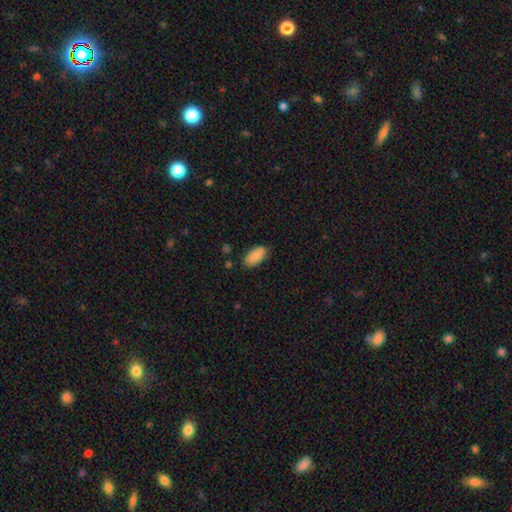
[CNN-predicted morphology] This is clearly a smooth galaxy (87%). How rounded: clearly in between (92%). Merging: clearly none (81%).